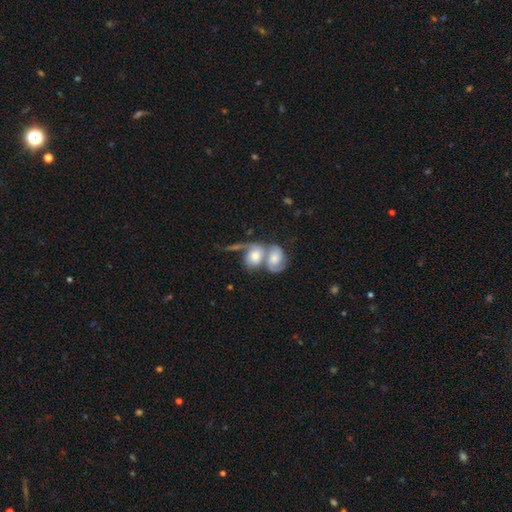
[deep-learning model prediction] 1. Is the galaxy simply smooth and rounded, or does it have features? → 61% featured or disk, 31% smooth, 8% star or artifact.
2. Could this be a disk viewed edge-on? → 96% no, 4% yes.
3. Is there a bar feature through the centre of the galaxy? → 65% no, 28% weak, 7% strong.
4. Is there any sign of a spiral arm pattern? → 86% yes, 14% no.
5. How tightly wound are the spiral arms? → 40% medium, 31% loose, 29% tight.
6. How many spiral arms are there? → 60% 2, 20% 1, 14% can't tell, 3% 3, 2% 4, 1% more than 4.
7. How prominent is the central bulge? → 50% moderate, 21% large, 19% small, 7% none, 4% dominant.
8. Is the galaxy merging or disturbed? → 77% merger, 11% none, 7% major disturbance, 5% minor disturbance.